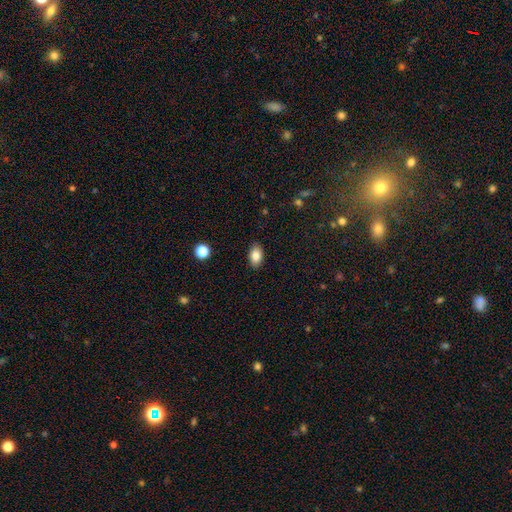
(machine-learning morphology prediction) smooth-or-featured: smooth: 85% | star or artifact: 8% | featured or disk: 7%
  how-rounded: in between: 90% | round: 9% | cigar-shaped: 2%
  merging: none: 88% | minor disturbance: 9% | major disturbance: 2% | merger: 1%